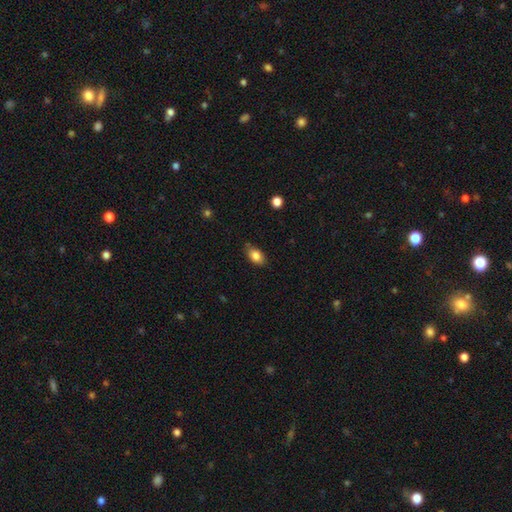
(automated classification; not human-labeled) Morphology: type=smooth (84%); roundness=in between (87%); merging=none (78%).